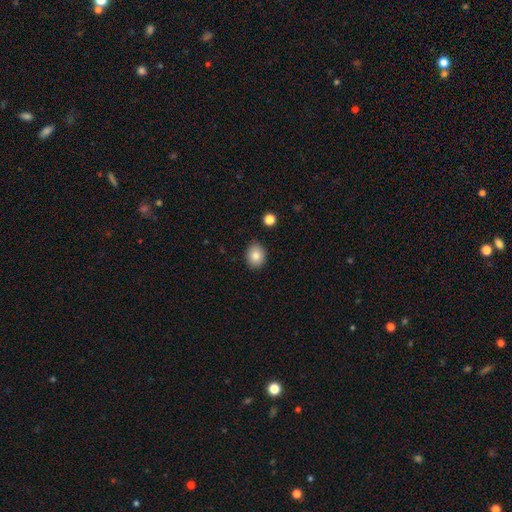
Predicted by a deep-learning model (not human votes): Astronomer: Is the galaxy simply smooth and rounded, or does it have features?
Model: smooth — 83%.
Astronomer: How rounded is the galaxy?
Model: round — 60% (runner-up: in between, 39%).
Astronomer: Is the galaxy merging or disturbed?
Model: none — 87%.